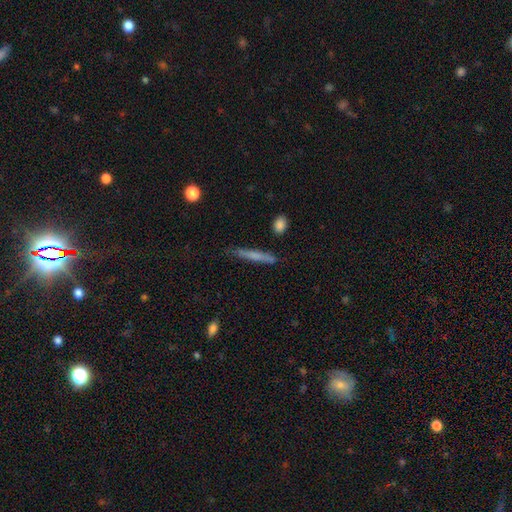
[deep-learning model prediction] Q: Smooth or featured?
A: smooth (60%); runner-up: featured or disk (33%)
Q: How rounded?
A: cigar-shaped (94%); runner-up: in between (4%)
Q: Merging?
A: none (81%); runner-up: minor disturbance (14%)